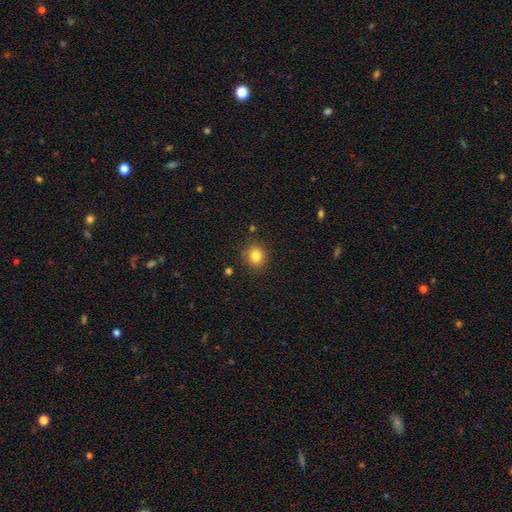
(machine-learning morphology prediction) Smooth or featured?
  - smooth: 83% *
  - star or artifact: 11%
  - featured or disk: 6%
How rounded?
  - round: 81% *
  - in between: 18%
  - cigar-shaped: 1%
Merging?
  - none: 87% *
  - minor disturbance: 9%
  - major disturbance: 3%
  - merger: 2%